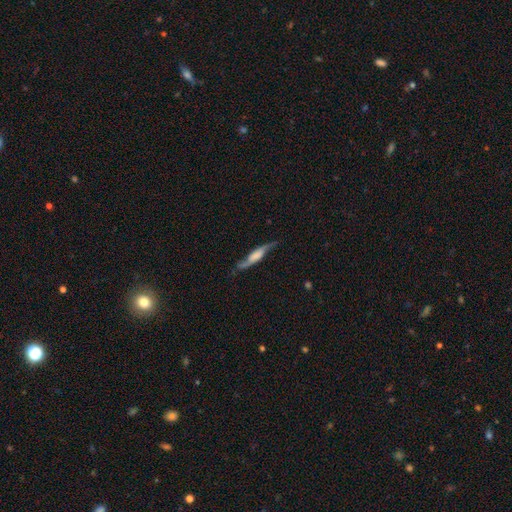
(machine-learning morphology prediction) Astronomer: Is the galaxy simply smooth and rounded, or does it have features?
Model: featured or disk — 66%.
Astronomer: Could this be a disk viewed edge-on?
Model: yes — 55% (runner-up: no, 45%).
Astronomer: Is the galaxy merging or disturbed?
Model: none — 67%.